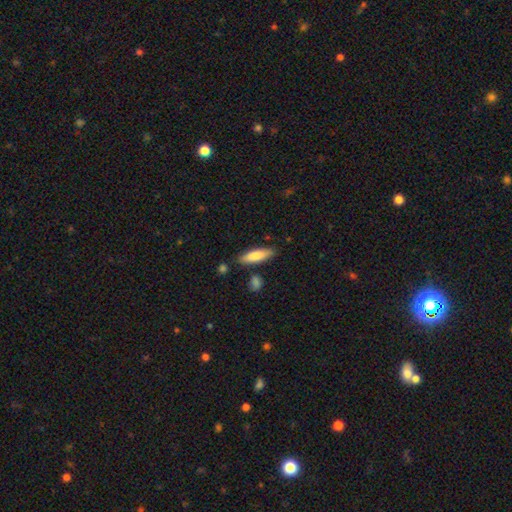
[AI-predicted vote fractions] Smooth or featured? Predicted: smooth (p=0.81). How rounded? Predicted: cigar-shaped (p=0.57). Merging? Predicted: none (p=0.82).